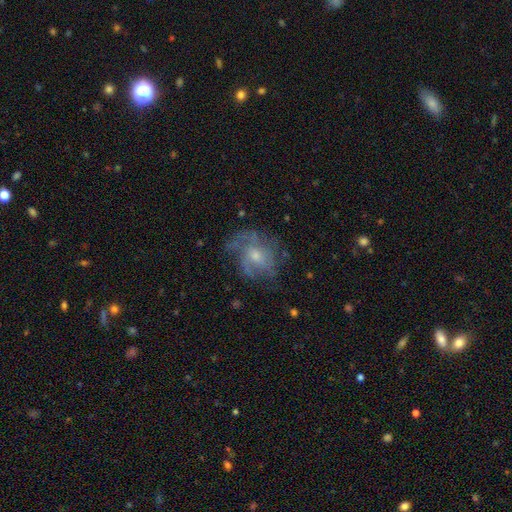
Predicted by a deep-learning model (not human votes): Smooth or featured? featured or disk (66%)
Edge-on disk? no (97%)
Bar? no (74%)
Spiral arms? yes (76%)
Bulge size? small (47%)
Merging? none (55%)